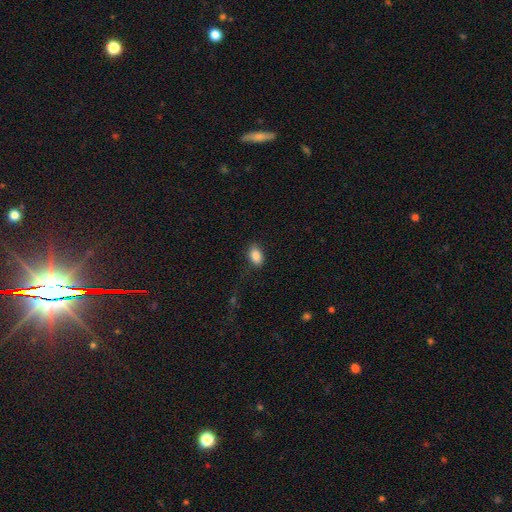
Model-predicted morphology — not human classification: Smooth or featured? smooth (87%)
How rounded? in between (89%)
Merging? none (82%)